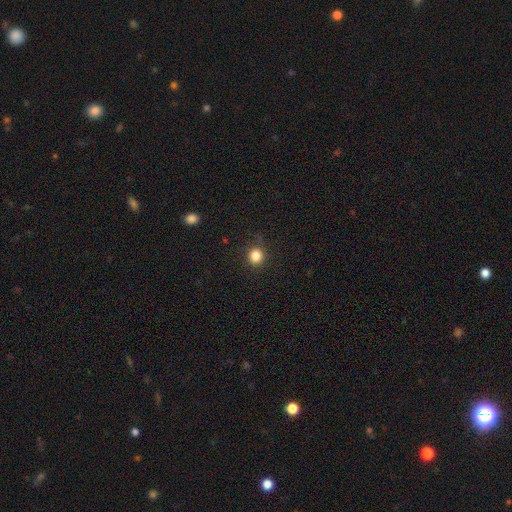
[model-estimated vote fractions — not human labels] This is clearly a smooth galaxy (84%). How rounded: clearly round (89%). Merging: clearly none (84%).